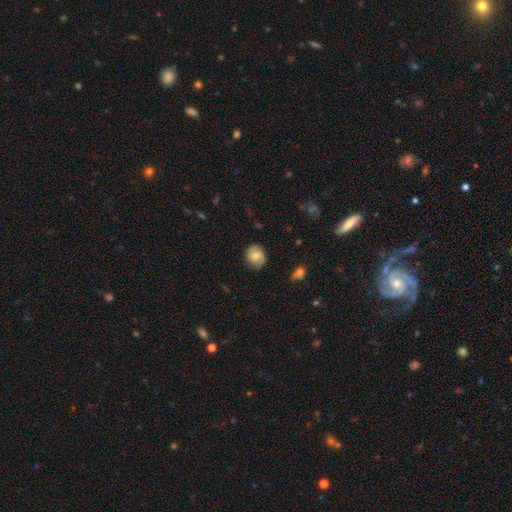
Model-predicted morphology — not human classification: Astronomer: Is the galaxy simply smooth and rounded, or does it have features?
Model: smooth — 59%.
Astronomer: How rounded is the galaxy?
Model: round — 70%.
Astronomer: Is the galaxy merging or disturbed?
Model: none — 78%.